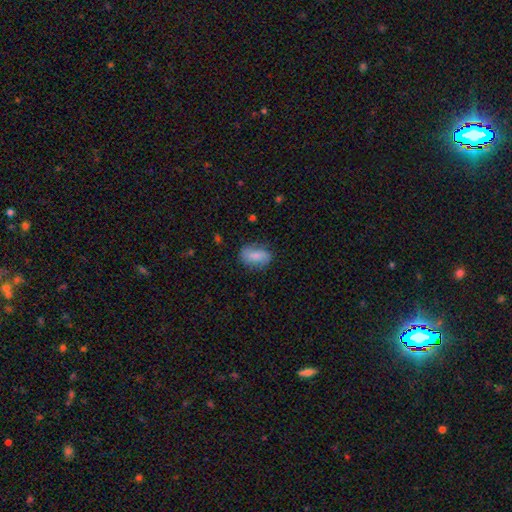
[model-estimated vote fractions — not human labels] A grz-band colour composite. It shows a smooth galaxy with no disk features (71%) that is in between round and cigar-shaped (86%). Merging: none (69%).